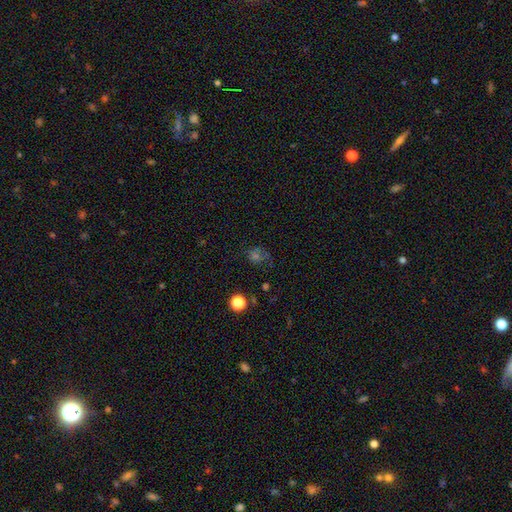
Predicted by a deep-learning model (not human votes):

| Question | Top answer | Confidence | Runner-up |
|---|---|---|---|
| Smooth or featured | smooth | 45% | star or artifact (35%) |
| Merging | none | 56% | minor disturbance (21%) |